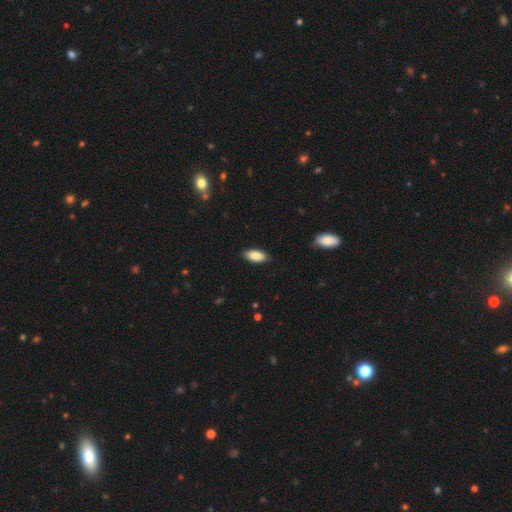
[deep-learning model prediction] Q: Smooth or featured?
A: smooth (88%); runner-up: star or artifact (6%)
Q: How rounded?
A: in between (90%); runner-up: cigar-shaped (8%)
Q: Merging?
A: none (86%); runner-up: minor disturbance (11%)